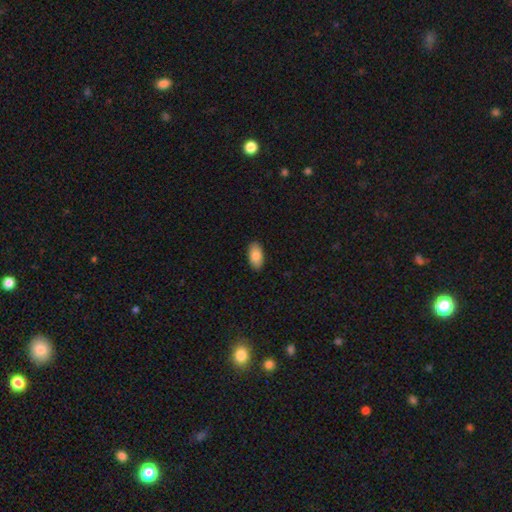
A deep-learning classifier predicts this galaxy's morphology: Q: Smooth or featured?
A: smooth (87%); runner-up: featured or disk (7%)
Q: How rounded?
A: in between (94%); runner-up: cigar-shaped (3%)
Q: Merging?
A: none (89%); runner-up: minor disturbance (8%)